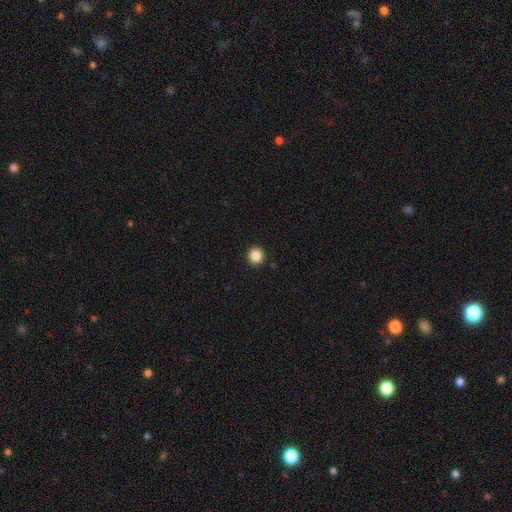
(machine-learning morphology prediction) The model was most divided on "smooth or featured": smooth: 86%, star or artifact: 10%, featured or disk: 4%. More confident: how rounded — round (94%); merging — none (93%).